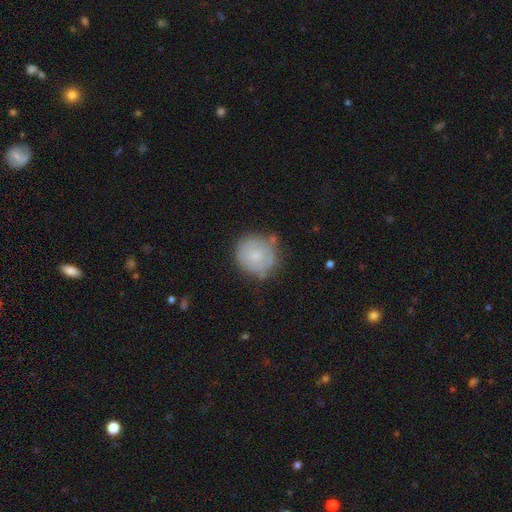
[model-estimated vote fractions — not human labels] This appears to be a smooth galaxy with no disk features (65%) that is round (87%). Merging: none (70%).